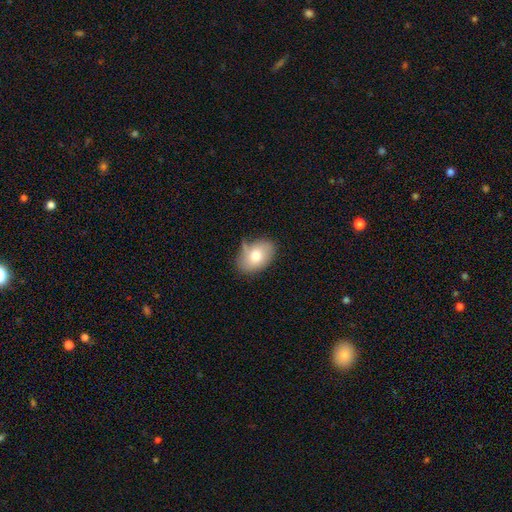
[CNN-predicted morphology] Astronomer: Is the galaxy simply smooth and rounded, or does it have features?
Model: smooth — 75%.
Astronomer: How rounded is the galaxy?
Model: in between — 85%.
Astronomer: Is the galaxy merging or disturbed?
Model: none — 64%.